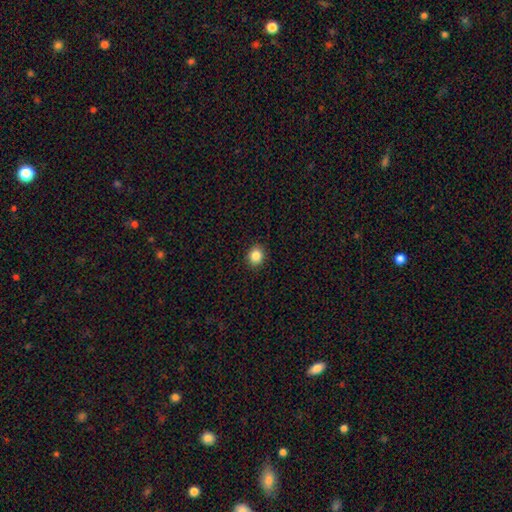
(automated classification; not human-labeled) smooth_or_featured: smooth (p=0.85) [alt: star or artifact p=0.10]
how_rounded: round (p=0.77) [alt: in between p=0.23]
merging: none (p=0.91) [alt: minor disturbance p=0.06]